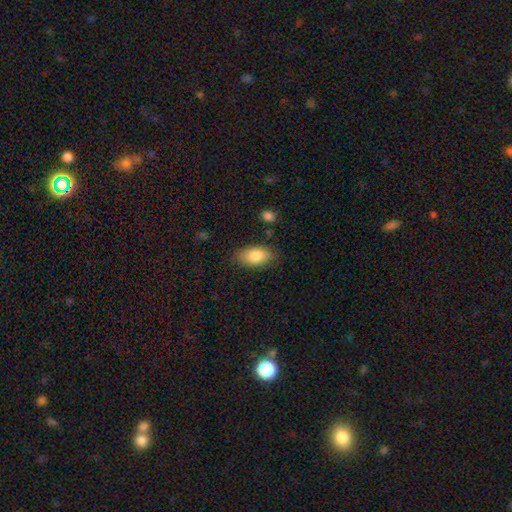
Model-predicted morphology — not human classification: Smooth or featured? Predicted: smooth (p=0.83). How rounded? Predicted: in between (p=0.92). Merging? Predicted: none (p=0.80).